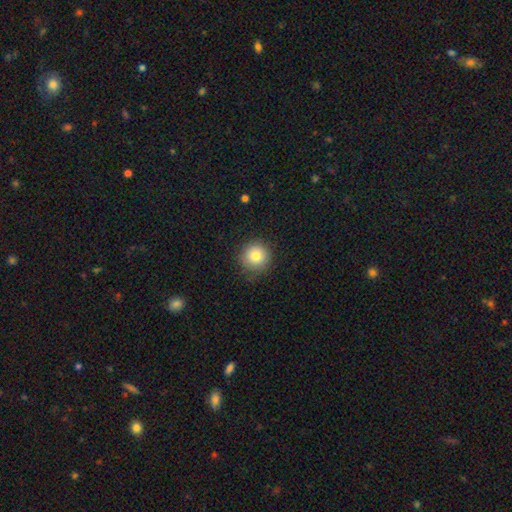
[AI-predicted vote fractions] A smooth galaxy with no disk features (81%) that is round (93%). Merging: none (84%).